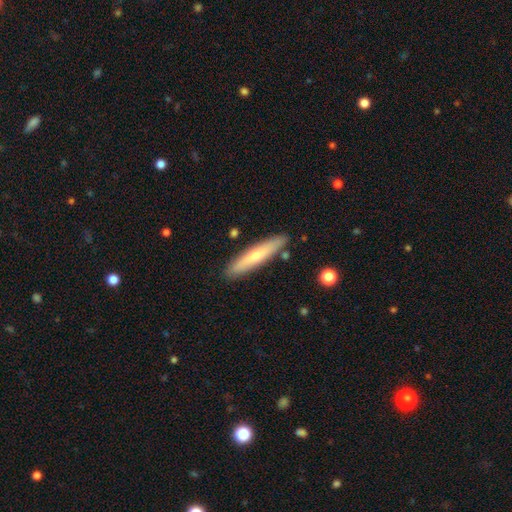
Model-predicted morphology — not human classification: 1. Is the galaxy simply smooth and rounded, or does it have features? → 59% smooth, 36% featured or disk, 6% star or artifact.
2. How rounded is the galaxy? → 88% cigar-shaped, 11% in between, 1% round.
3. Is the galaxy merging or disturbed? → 85% none, 10% minor disturbance, 3% merger, 2% major disturbance.